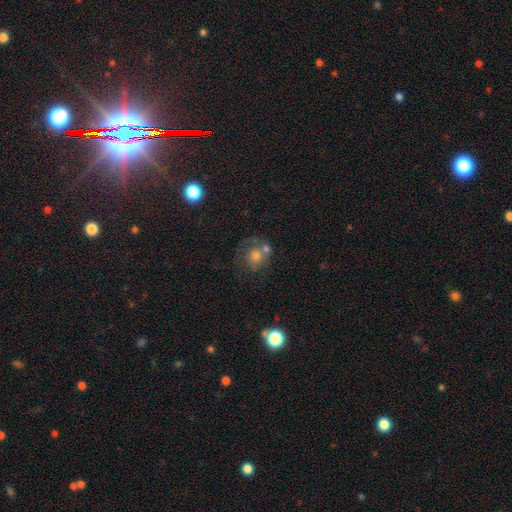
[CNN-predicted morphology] Q: Smooth or featured?
A: smooth (50%); runner-up: featured or disk (37%)
Q: Merging?
A: none (42%); runner-up: merger (26%)